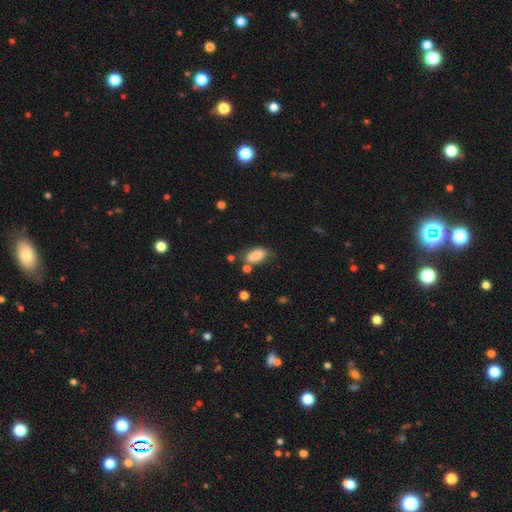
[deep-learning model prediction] smooth_or_featured: smooth (p=0.83) [alt: featured or disk p=0.09]
how_rounded: in between (p=0.90) [alt: cigar-shaped p=0.07]
merging: none (p=0.56) [alt: minor disturbance p=0.26]